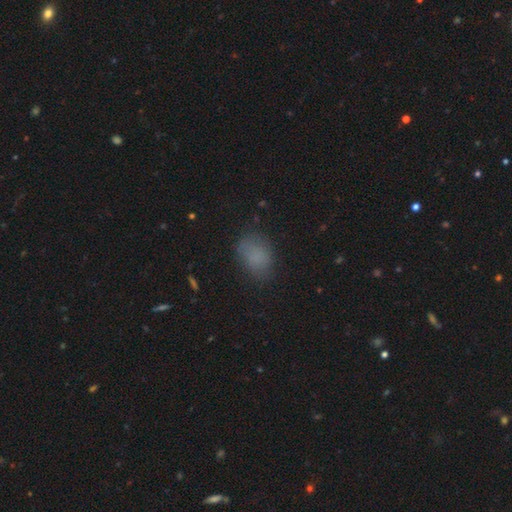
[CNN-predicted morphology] Smooth or featured? smooth (78%)
How rounded? in between (75%)
Merging? none (70%)